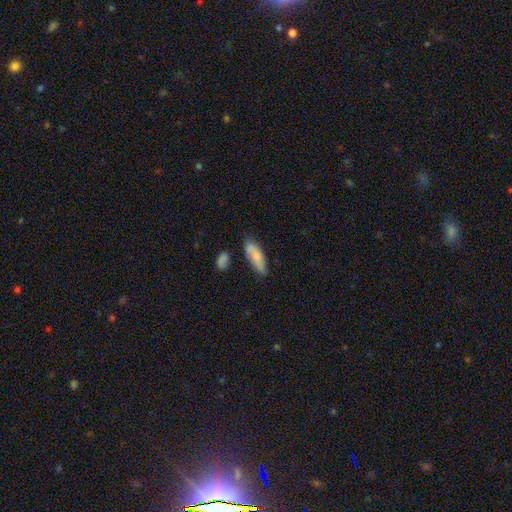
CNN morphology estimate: type=smooth (78%); roundness=in between (61%); merging=none (65%).